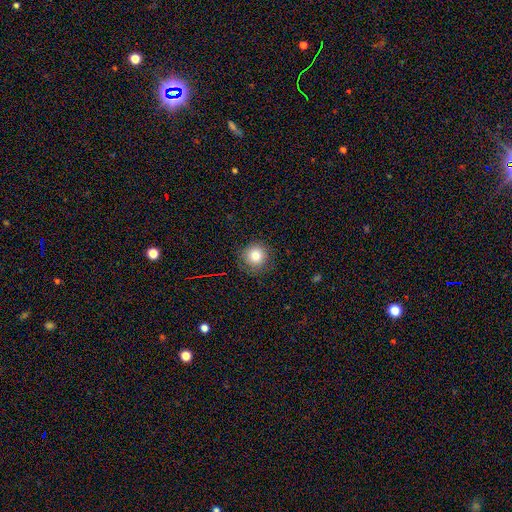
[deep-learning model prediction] Smooth or featured? smooth (80%)
How rounded? round (95%)
Merging? none (88%)